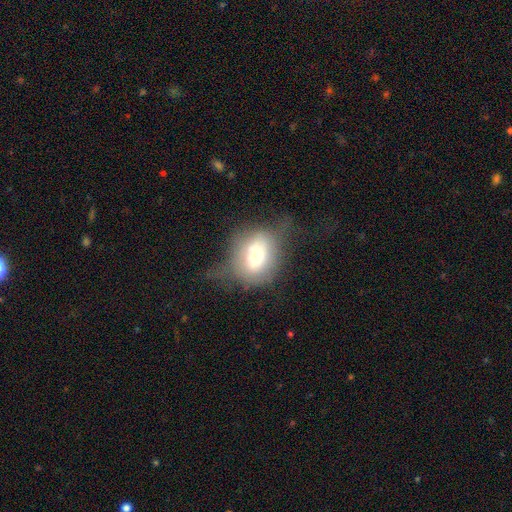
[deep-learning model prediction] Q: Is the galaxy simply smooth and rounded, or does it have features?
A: smooth — 53%.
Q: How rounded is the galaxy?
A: in between — 49%.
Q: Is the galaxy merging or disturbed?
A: none — 37%.